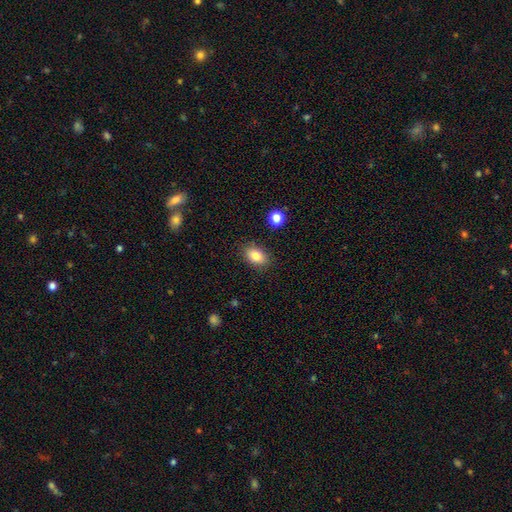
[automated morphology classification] Overall: smooth (82%). How rounded: in between (82%). Merging: none (86%).